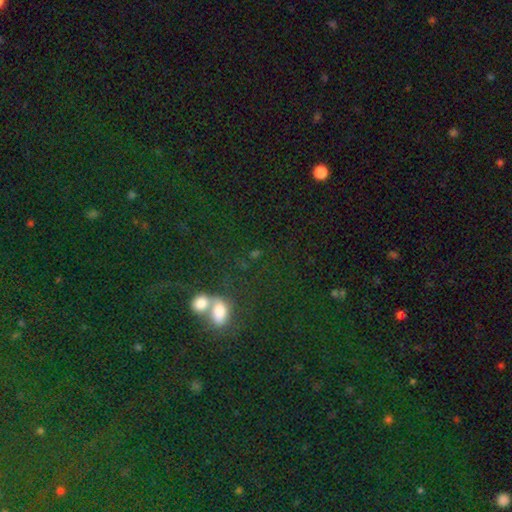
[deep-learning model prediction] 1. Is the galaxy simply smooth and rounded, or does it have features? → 49% star or artifact, 39% smooth, 12% featured or disk.